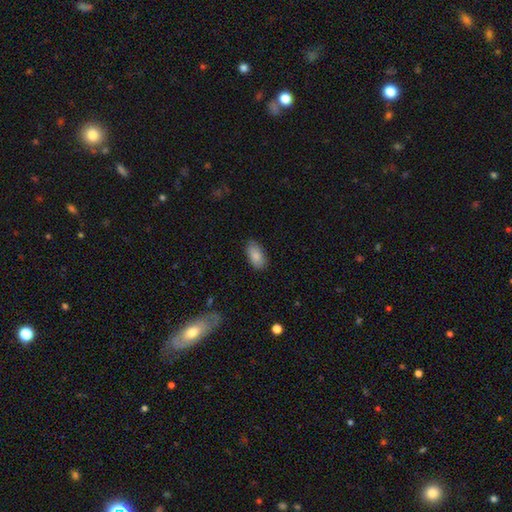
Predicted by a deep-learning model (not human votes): A smooth galaxy with no disk features (86%) that is in between round and cigar-shaped (94%).

Vote fractions:
- Smooth or featured? smooth: 86% / featured or disk: 8% / star or artifact: 7%
- How rounded? in between: 94% / round: 3% / cigar-shaped: 3%
- Merging? none: 82% / minor disturbance: 14% / major disturbance: 3% / merger: 1%